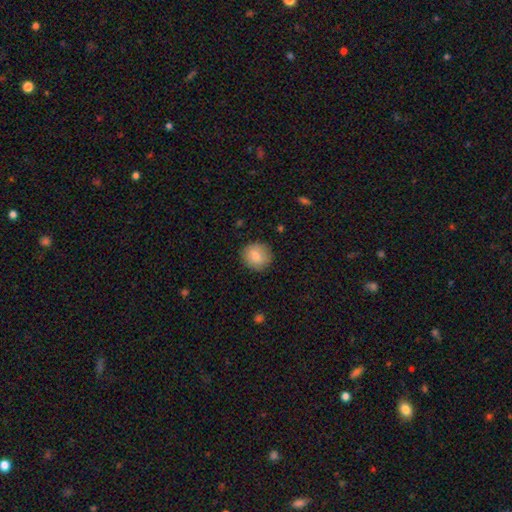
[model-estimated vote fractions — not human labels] Overall: smooth (80%). How rounded: round (88%). Merging: none (87%).